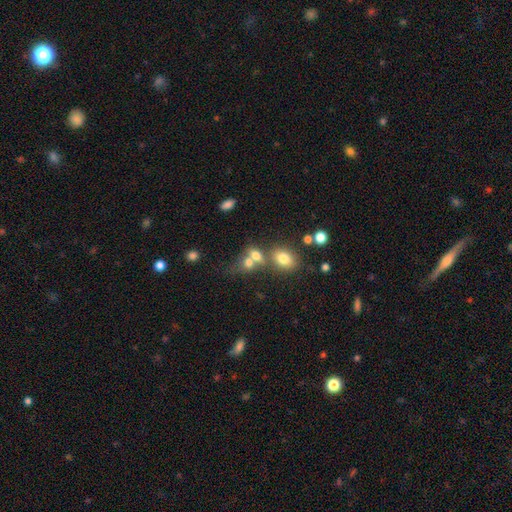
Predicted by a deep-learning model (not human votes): Overall: smooth (71%). How rounded: in between (56%; round 41%). Merging: merger (52%; none 32%).